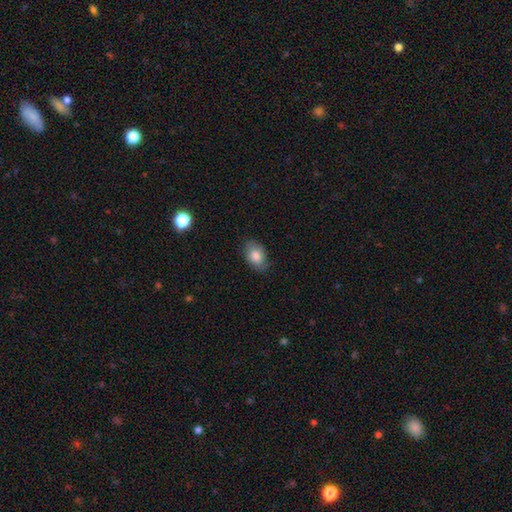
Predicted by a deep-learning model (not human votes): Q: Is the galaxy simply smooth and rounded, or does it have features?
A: smooth — 80%.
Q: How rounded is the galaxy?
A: in between — 86%.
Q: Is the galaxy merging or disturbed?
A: none — 77%.